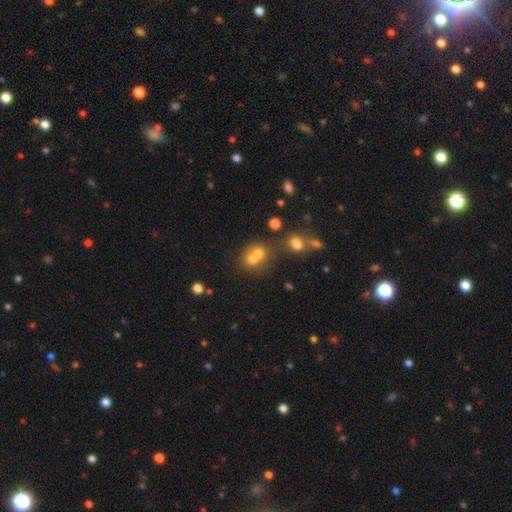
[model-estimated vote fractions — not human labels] Q: Smooth or featured?
A: smooth (66%); runner-up: featured or disk (19%)
Q: How rounded?
A: round (70%); runner-up: in between (29%)
Q: Merging?
A: merger (61%); runner-up: none (28%)